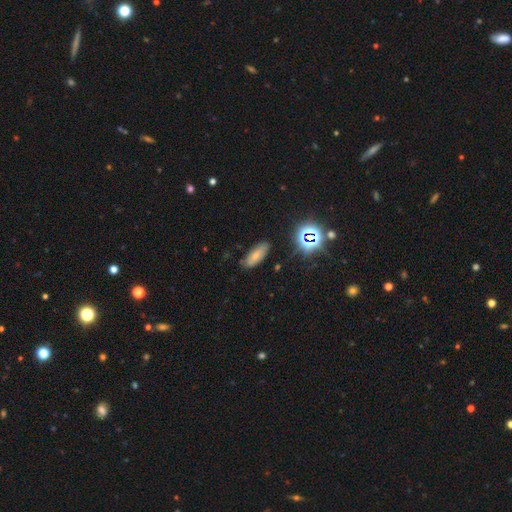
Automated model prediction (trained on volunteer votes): smooth_or_featured: smooth (p=0.62) [alt: featured or disk p=0.22]
how_rounded: in between (p=0.80) [alt: cigar-shaped p=0.16]
merging: none (p=0.78) [alt: minor disturbance p=0.16]